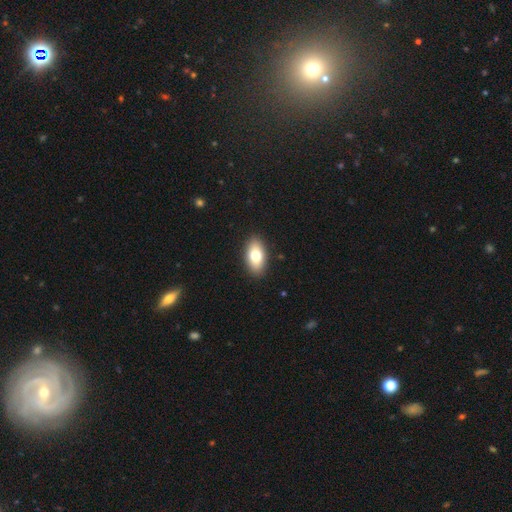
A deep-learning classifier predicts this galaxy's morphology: type=smooth (76%); roundness=in between (92%); merging=none (90%).